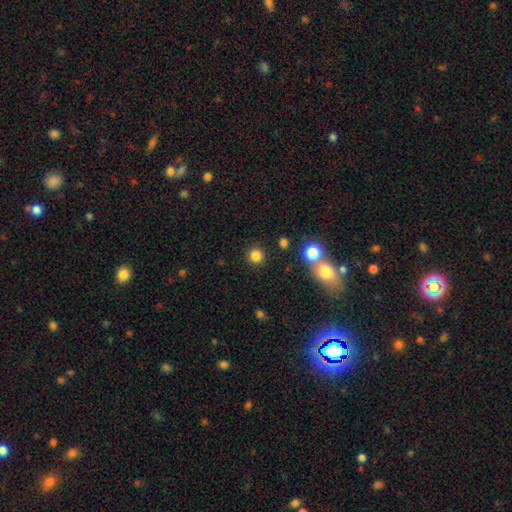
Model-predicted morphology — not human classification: This appears to be a smooth galaxy with no disk features (83%) that is round (94%). Merging: none (89%).